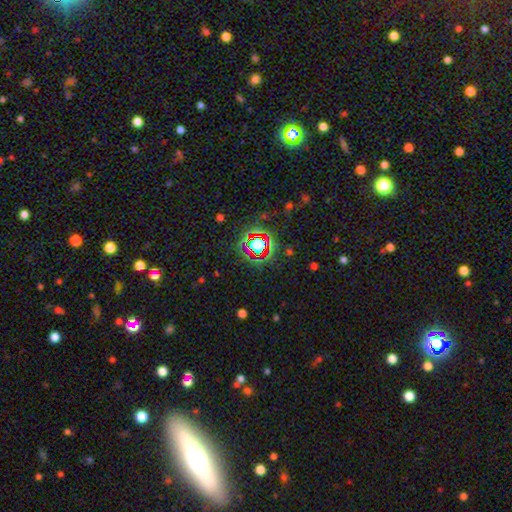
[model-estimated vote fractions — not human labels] Morphology: type=star or artifact (68%).